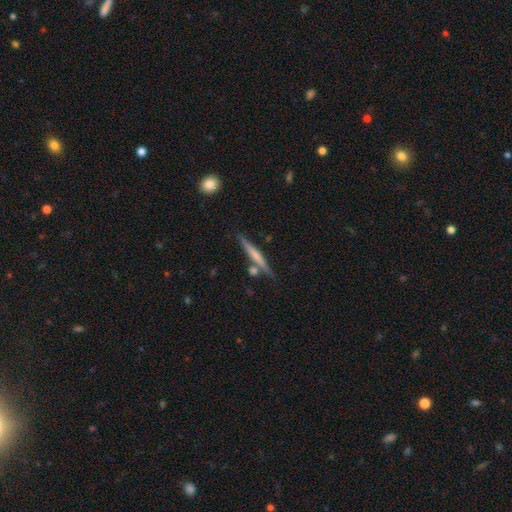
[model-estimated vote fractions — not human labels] Smooth or featured: smooth — 48% (featured or disk — 46%)
Merging: none — 74% (minor disturbance — 12%)